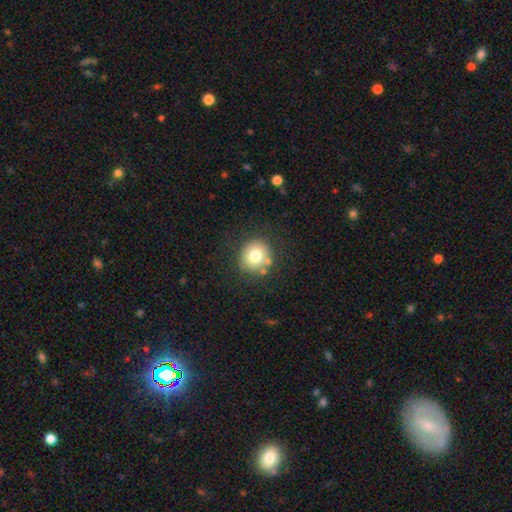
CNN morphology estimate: Overall: smooth (75%). How rounded: round (88%). Merging: none (78%).